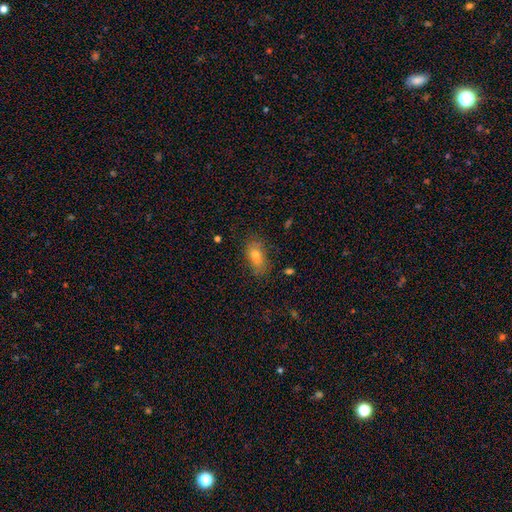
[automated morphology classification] Smooth or featured?
  - smooth: 73% *
  - featured or disk: 15%
  - star or artifact: 12%
How rounded?
  - in between: 86% *
  - round: 8%
  - cigar-shaped: 7%
Merging?
  - none: 74% *
  - minor disturbance: 19%
  - major disturbance: 5%
  - merger: 2%